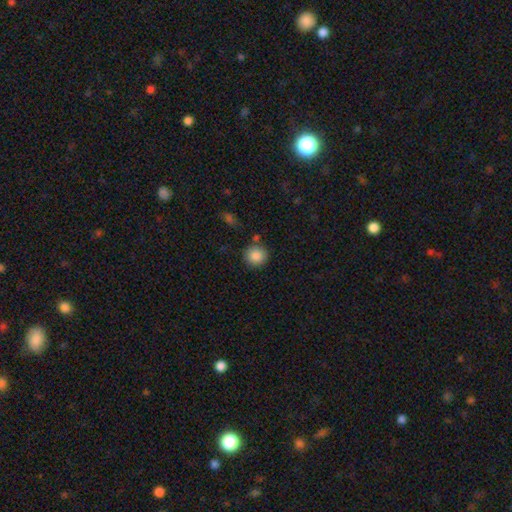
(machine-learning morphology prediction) Overall: smooth (88%). How rounded: round (91%). Merging: none (82%).